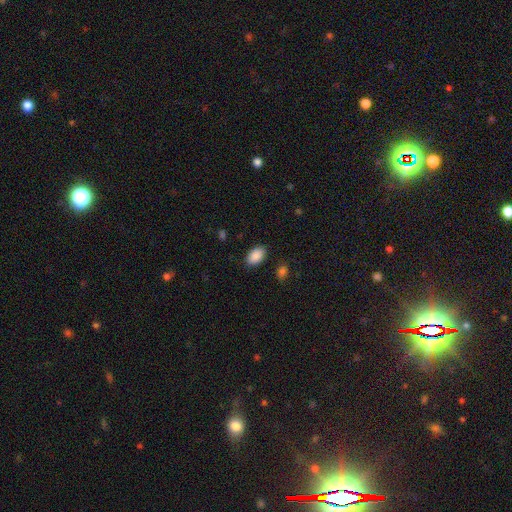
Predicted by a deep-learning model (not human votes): Q: Smooth or featured?
A: smooth (90%); runner-up: star or artifact (7%)
Q: How rounded?
A: in between (92%); runner-up: round (6%)
Q: Merging?
A: none (87%); runner-up: minor disturbance (9%)